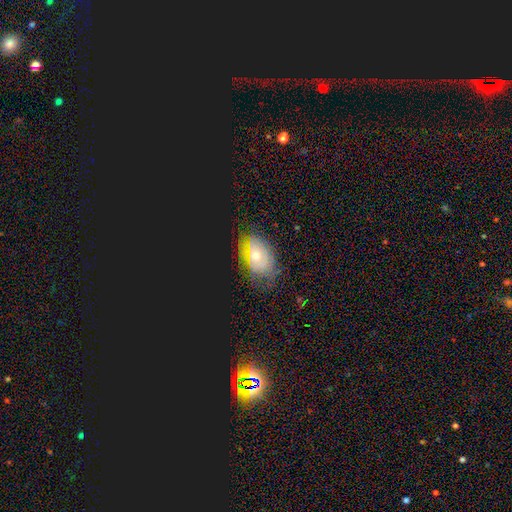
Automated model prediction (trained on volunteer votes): smooth 39%, star or artifact 33%, featured or disk 28%. Down the decision tree: merging — none (70%).